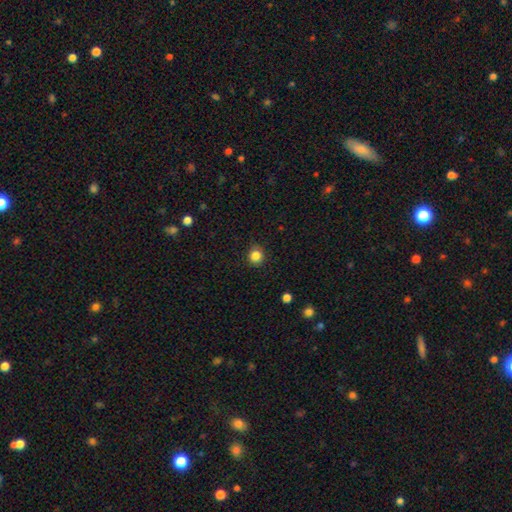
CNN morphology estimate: This is clearly a smooth galaxy (85%). How rounded: clearly round (88%). Merging: clearly none (88%).